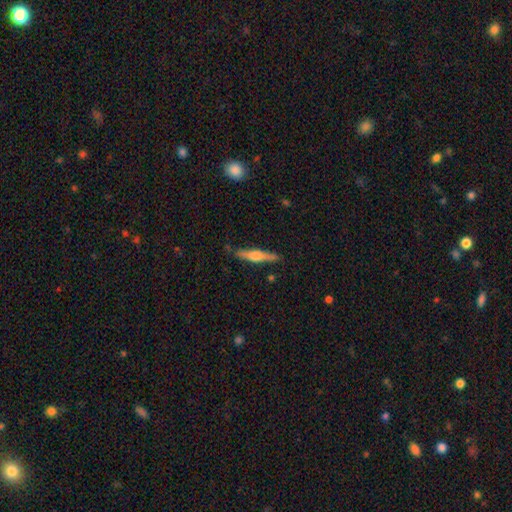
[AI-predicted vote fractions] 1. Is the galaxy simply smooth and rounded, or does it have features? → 53% featured or disk, 41% smooth, 6% star or artifact.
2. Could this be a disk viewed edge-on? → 96% yes, 4% no.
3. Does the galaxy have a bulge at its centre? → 85% rounded, 8% boxy, 7% none.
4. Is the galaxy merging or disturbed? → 86% none, 10% minor disturbance, 2% major disturbance, 2% merger.